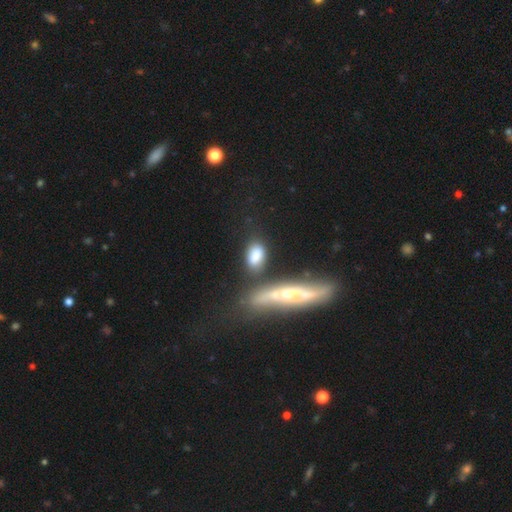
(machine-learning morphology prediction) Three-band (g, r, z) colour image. It shows a smooth galaxy with no disk features (80%) that is in between round and cigar-shaped (84%). Merging: none (59%).